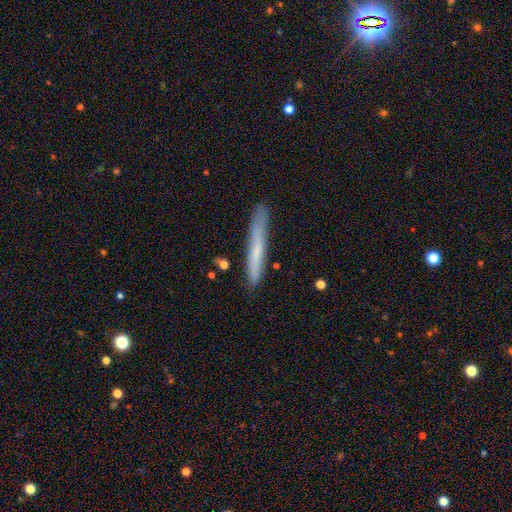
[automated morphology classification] Smooth or featured? smooth (58%)
How rounded? cigar-shaped (96%)
Merging? none (86%)